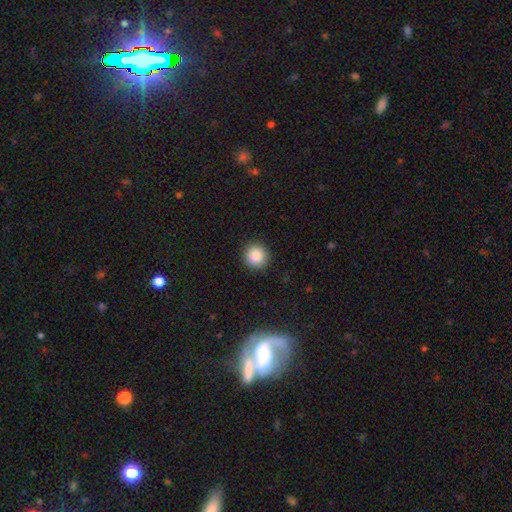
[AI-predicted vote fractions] Smooth or featured? smooth (86%)
How rounded? round (94%)
Merging? none (92%)